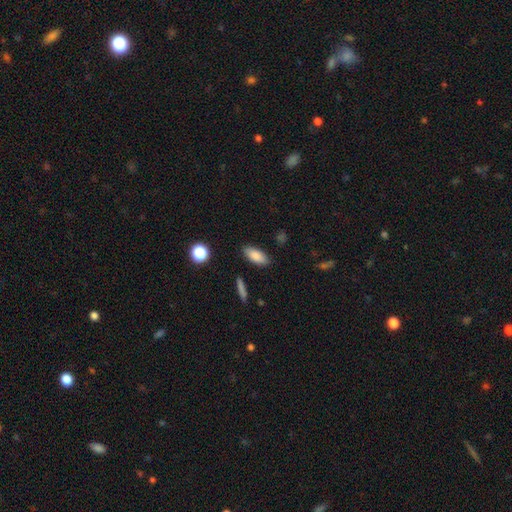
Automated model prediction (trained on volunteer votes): Overall: smooth (84%). How rounded: in between (82%). Merging: none (86%).